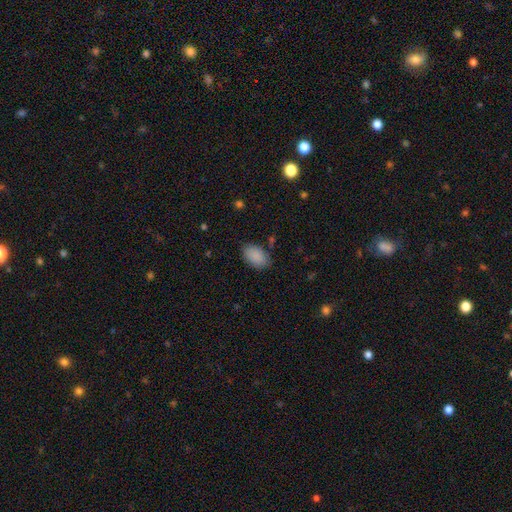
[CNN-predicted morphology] A smooth galaxy with no disk features (89%) that is in between round and cigar-shaped (92%). Merging: none (83%).